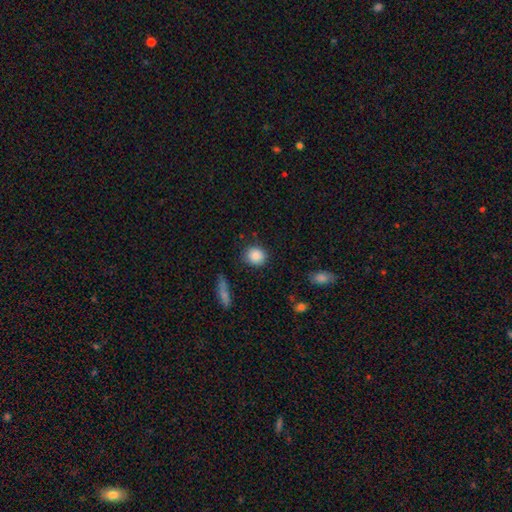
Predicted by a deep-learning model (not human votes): Q: Smooth or featured?
A: smooth (87%); runner-up: star or artifact (8%)
Q: How rounded?
A: round (83%); runner-up: in between (15%)
Q: Merging?
A: none (85%); runner-up: minor disturbance (10%)